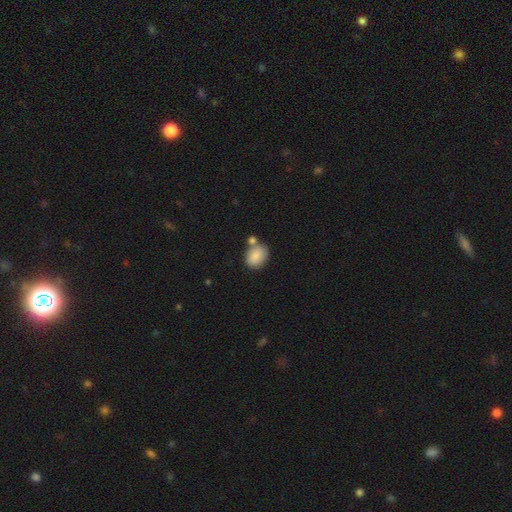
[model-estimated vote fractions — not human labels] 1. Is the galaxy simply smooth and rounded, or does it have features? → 86% smooth, 7% star or artifact, 6% featured or disk.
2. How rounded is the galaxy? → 61% in between, 38% round, 1% cigar-shaped.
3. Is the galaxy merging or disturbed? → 57% none, 23% merger, 16% minor disturbance, 4% major disturbance.